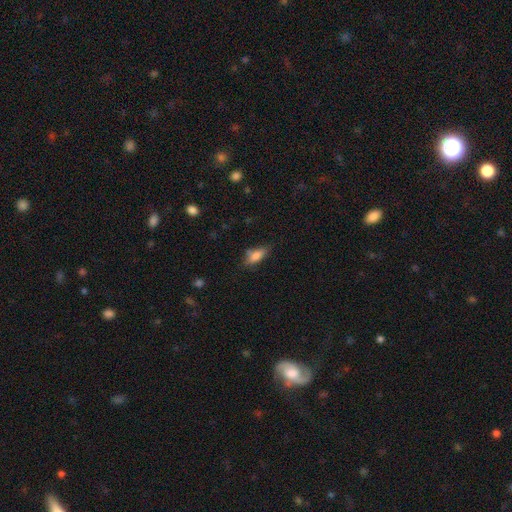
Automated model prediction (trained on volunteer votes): smooth 79%, featured or disk 13%, star or artifact 8%. Down the decision tree: how rounded — in between (75%); merging — none (63%).